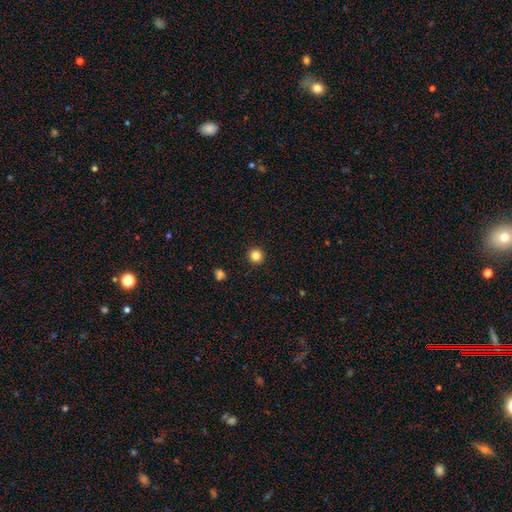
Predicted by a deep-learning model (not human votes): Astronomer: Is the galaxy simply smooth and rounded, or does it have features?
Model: smooth — 83%.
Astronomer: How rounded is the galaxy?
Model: round — 95%.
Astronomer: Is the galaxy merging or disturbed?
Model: none — 93%.